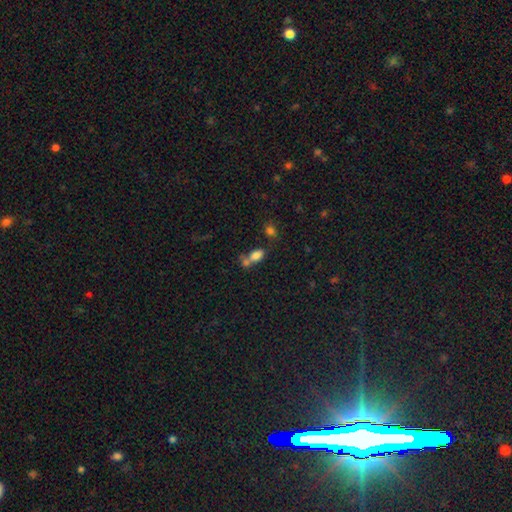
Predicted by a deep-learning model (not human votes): Q: Smooth or featured?
A: smooth (78%); runner-up: star or artifact (12%)
Q: How rounded?
A: in between (84%); runner-up: round (13%)
Q: Merging?
A: merger (48%); runner-up: none (35%)